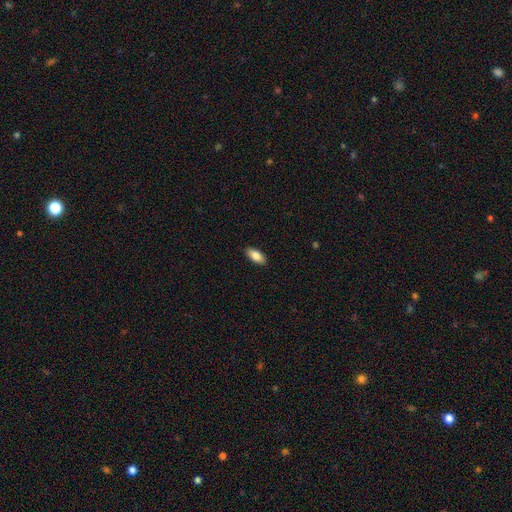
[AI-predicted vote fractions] smooth 84%, featured or disk 10%, star or artifact 6%. Down the decision tree: how rounded — in between (89%); merging — none (89%).